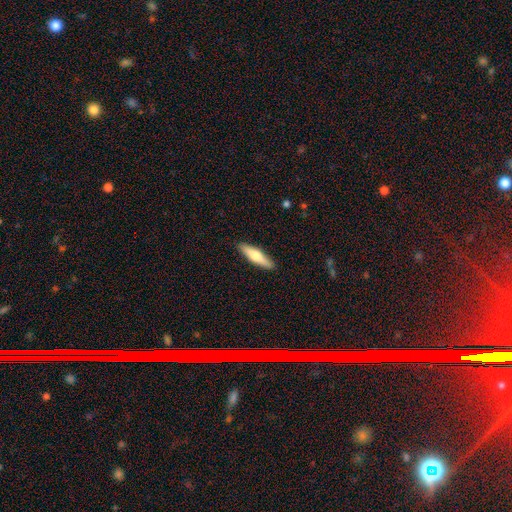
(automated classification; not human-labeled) This is possibly a smooth galaxy (57%). How rounded: likely cigar-shaped (72%). Merging: clearly none (90%).